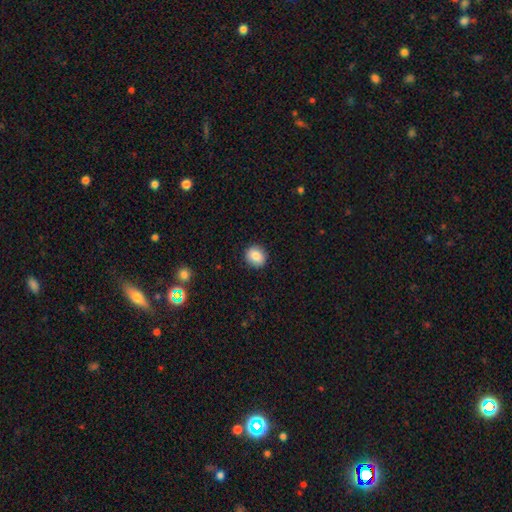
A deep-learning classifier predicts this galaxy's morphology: A smooth galaxy with no disk features (84%) that is round (84%).

Vote fractions:
- Smooth or featured? smooth: 84% / star or artifact: 9% / featured or disk: 7%
- How rounded? round: 84% / in between: 15% / cigar-shaped: 1%
- Merging? none: 91% / minor disturbance: 6% / major disturbance: 2% / merger: 1%